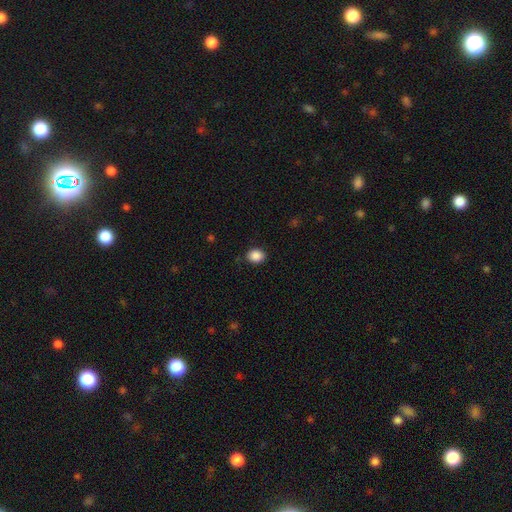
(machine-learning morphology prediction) Q: Smooth or featured?
A: smooth (88%); runner-up: star or artifact (9%)
Q: How rounded?
A: round (52%); runner-up: in between (47%)
Q: Merging?
A: none (86%); runner-up: minor disturbance (10%)